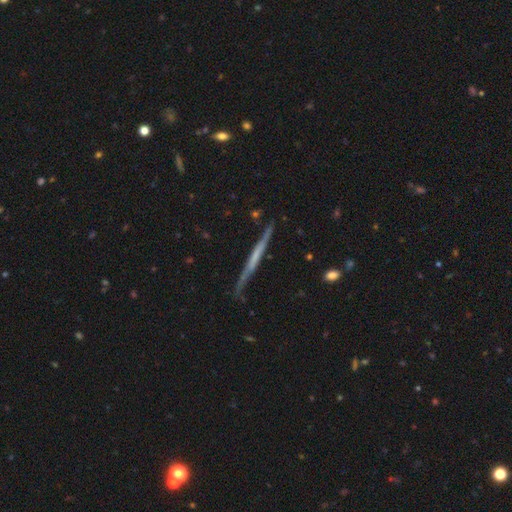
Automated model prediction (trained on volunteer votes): Q: Smooth or featured?
A: featured or disk (64%); runner-up: smooth (30%)
Q: Edge-on disk?
A: yes (95%); runner-up: no (5%)
Q: Edge-on bulge?
A: none (78%); runner-up: rounded (12%)
Q: Merging?
A: none (78%); runner-up: minor disturbance (17%)